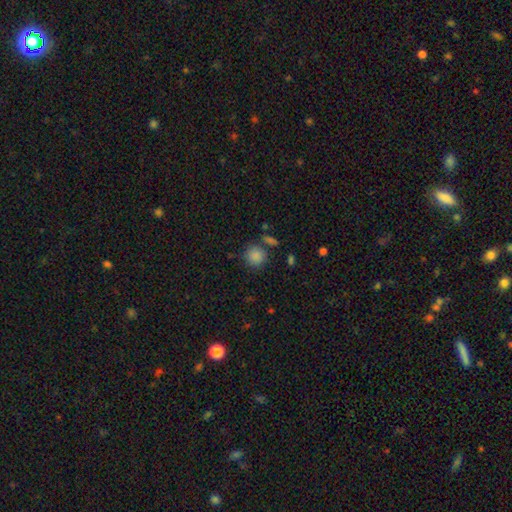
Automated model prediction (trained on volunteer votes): This is clearly a smooth galaxy (86%). How rounded: clearly round (87%). Merging: likely none (75%).